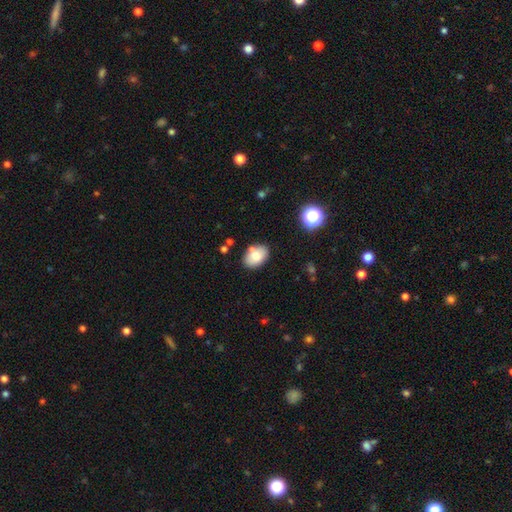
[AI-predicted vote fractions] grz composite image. It shows a smooth galaxy with no disk features (79%) that is in between round and cigar-shaped (82%). Merging: none (76%).